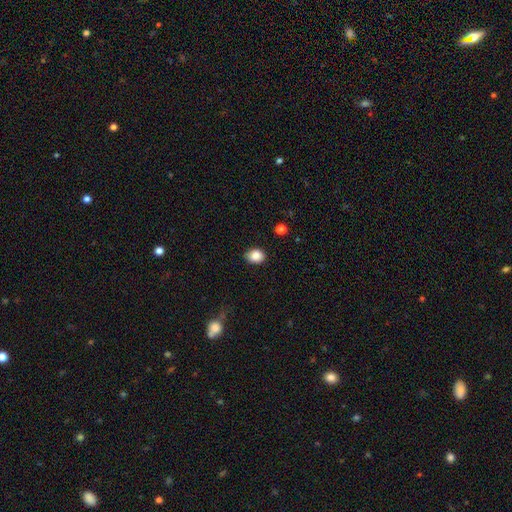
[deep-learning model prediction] smooth_or_featured: smooth (p=0.88) [alt: star or artifact p=0.08]
how_rounded: in between (p=0.58) [alt: round p=0.41]
merging: none (p=0.80) [alt: minor disturbance p=0.16]